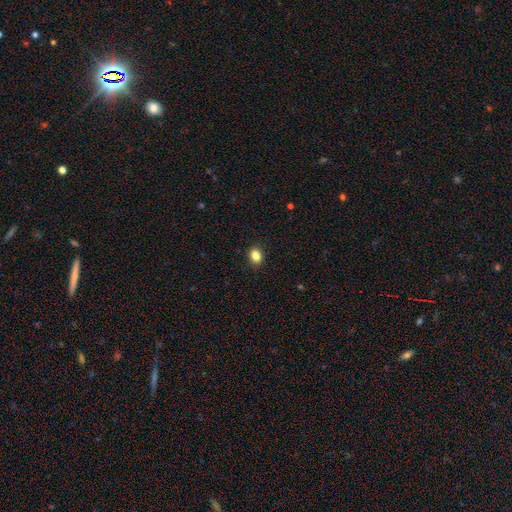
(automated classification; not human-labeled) smooth 85%, star or artifact 10%, featured or disk 5%. Down the decision tree: how rounded — in between (61%); merging — none (90%).